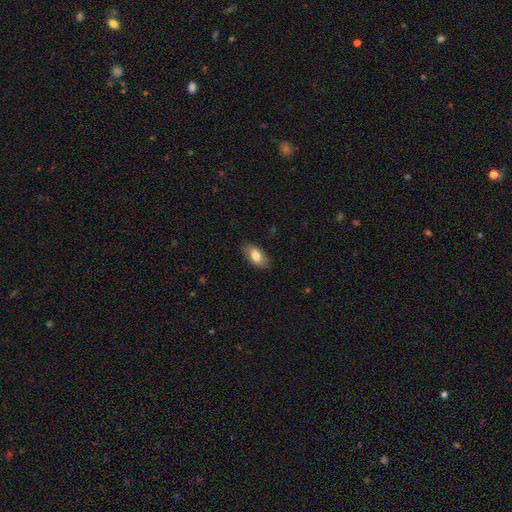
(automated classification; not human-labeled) The model was most divided on "smooth or featured": smooth: 80%, featured or disk: 14%, star or artifact: 6%. More confident: how rounded — in between (92%); merging — none (86%).